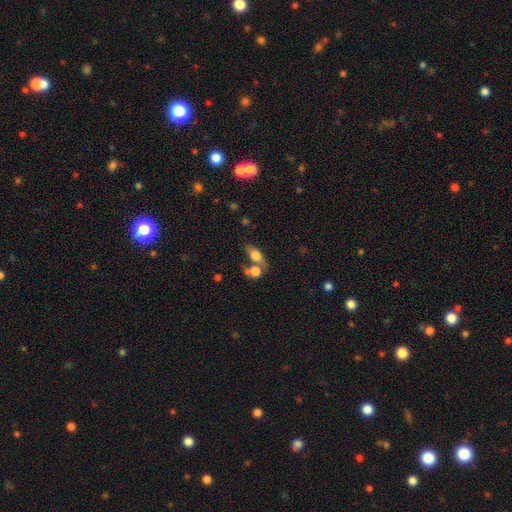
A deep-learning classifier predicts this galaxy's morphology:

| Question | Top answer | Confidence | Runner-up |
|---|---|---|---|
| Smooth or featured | smooth | 68% | featured or disk (23%) |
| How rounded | in between | 77% | round (15%) |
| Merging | none | 42% | merger (39%) |